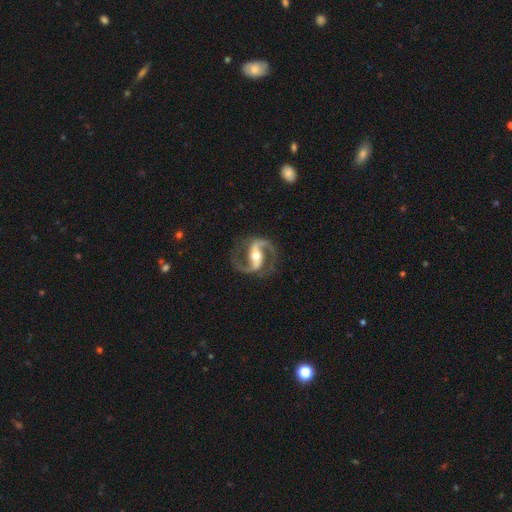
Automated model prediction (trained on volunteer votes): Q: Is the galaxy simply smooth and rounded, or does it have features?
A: featured or disk — 93%.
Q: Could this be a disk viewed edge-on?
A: no — 97%.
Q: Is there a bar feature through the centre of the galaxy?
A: strong — 54%.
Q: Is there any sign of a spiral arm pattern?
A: yes — 98%.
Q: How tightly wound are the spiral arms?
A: medium — 61%.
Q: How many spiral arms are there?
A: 2 — 94%.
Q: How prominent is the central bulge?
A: moderate — 69%.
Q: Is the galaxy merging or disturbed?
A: none — 82%.